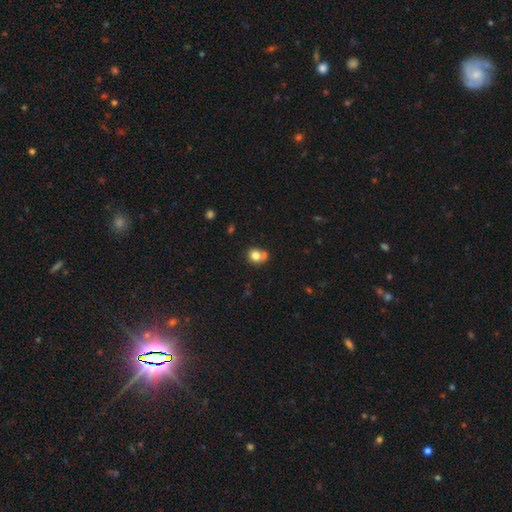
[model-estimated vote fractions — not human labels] smooth 78%, featured or disk 12%, star or artifact 11%. Down the decision tree: how rounded — round (71%); merging — none (48%).